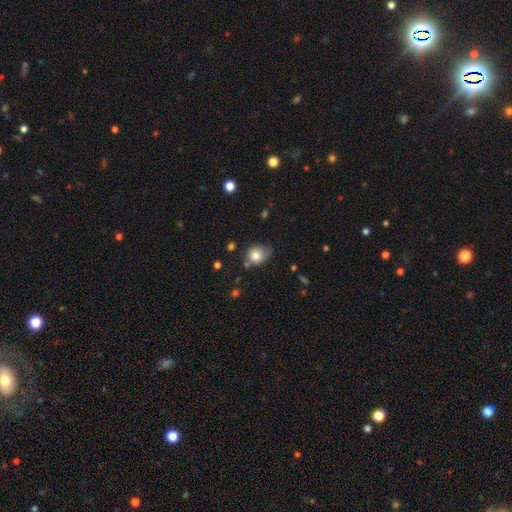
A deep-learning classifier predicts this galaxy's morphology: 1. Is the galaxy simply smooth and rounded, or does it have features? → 78% smooth, 11% featured or disk, 10% star or artifact.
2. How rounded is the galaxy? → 71% round, 28% in between, 1% cigar-shaped.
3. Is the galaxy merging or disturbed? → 53% none, 32% minor disturbance, 9% major disturbance, 7% merger.